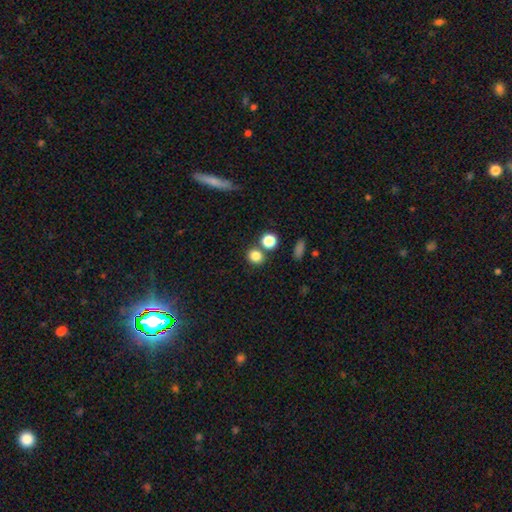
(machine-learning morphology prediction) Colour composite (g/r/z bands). It shows a smooth galaxy with no disk features (82%) that is round (79%). Merging: none (72%).